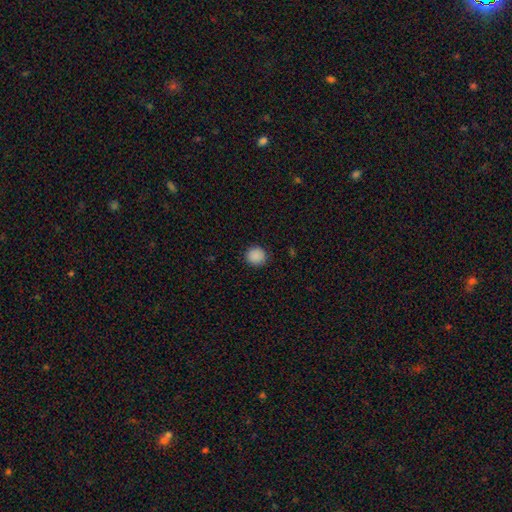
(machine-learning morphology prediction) A smooth galaxy with no disk features (89%) that is round (91%). Merging: none (89%).